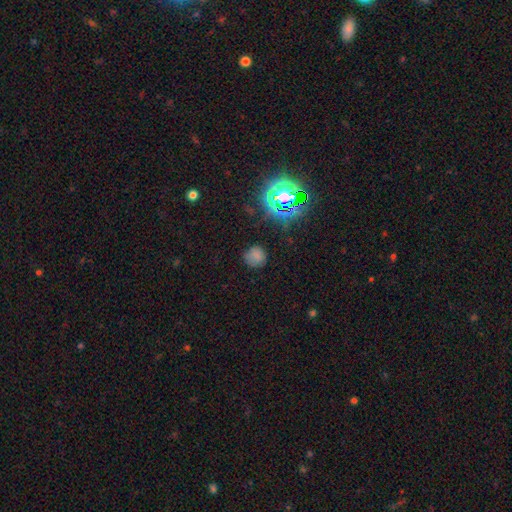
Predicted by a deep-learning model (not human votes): A smooth galaxy with no disk features (68%) that is round (87%). Merging: none (78%).